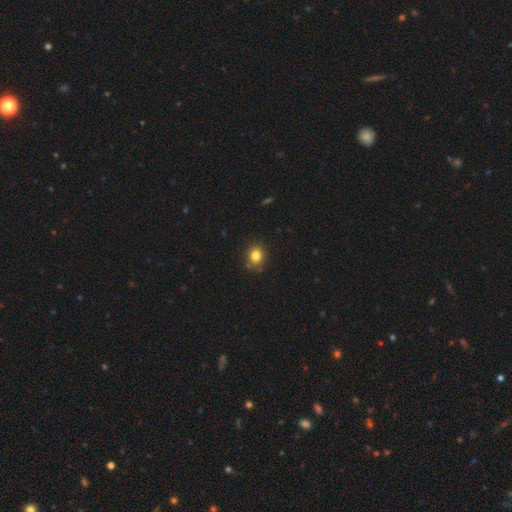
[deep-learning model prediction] A smooth galaxy with no disk features (82%) that is round (66%).

Vote fractions:
- Smooth or featured? smooth: 82% / star or artifact: 12% / featured or disk: 7%
- How rounded? round: 66% / in between: 33% / cigar-shaped: 1%
- Merging? none: 81% / minor disturbance: 13% / merger: 3% / major disturbance: 3%